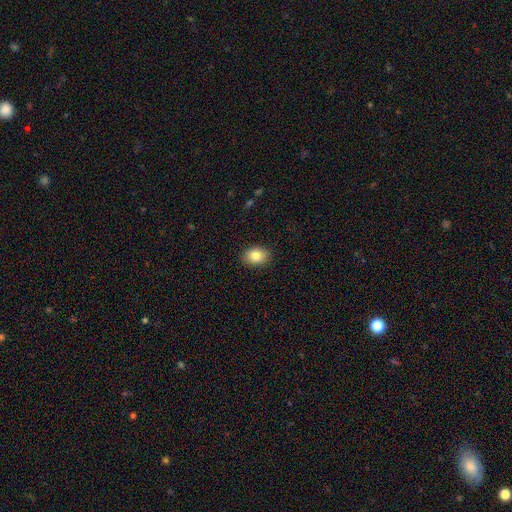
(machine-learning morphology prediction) This is clearly a smooth galaxy (84%). How rounded: likely in between (68%). Merging: clearly none (89%).